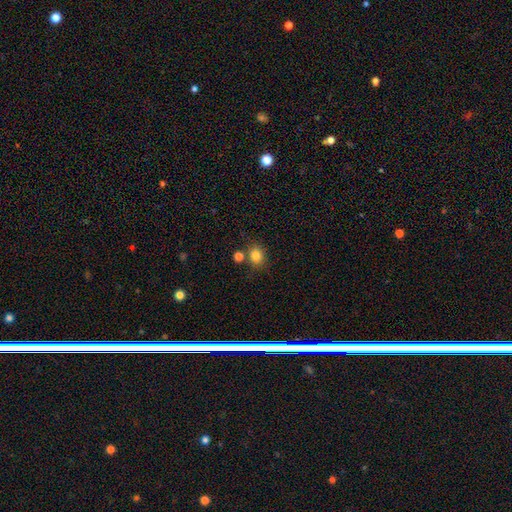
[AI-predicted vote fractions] smooth 83%, star or artifact 12%, featured or disk 6%. Down the decision tree: how rounded — round (68%); merging — none (73%).